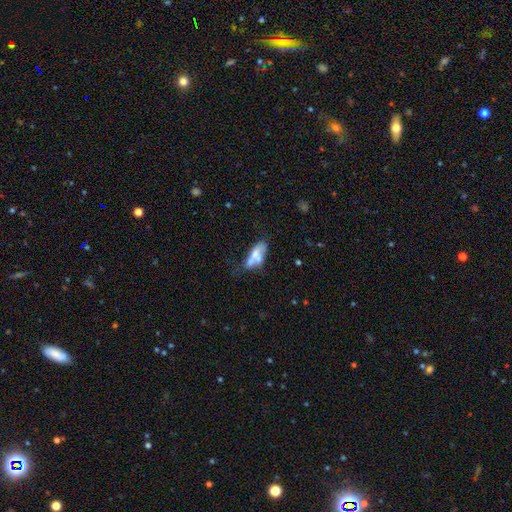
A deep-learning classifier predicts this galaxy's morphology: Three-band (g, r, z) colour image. It shows a smooth galaxy with no disk features (56%) that is in between round and cigar-shaped (70%). Merging: merger (40%).